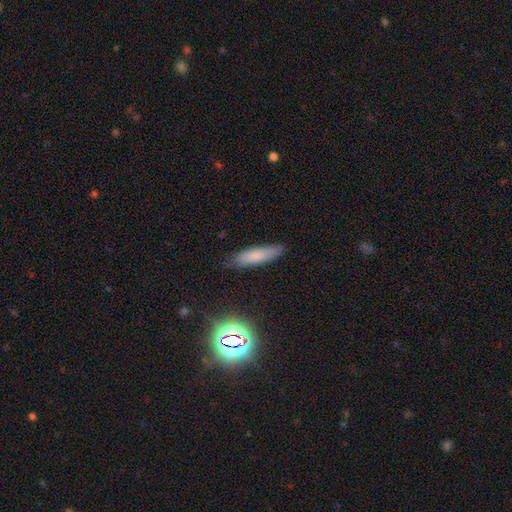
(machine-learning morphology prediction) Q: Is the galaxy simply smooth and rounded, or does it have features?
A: smooth — 73%.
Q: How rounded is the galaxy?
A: cigar-shaped — 69%.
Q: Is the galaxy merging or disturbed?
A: none — 82%.